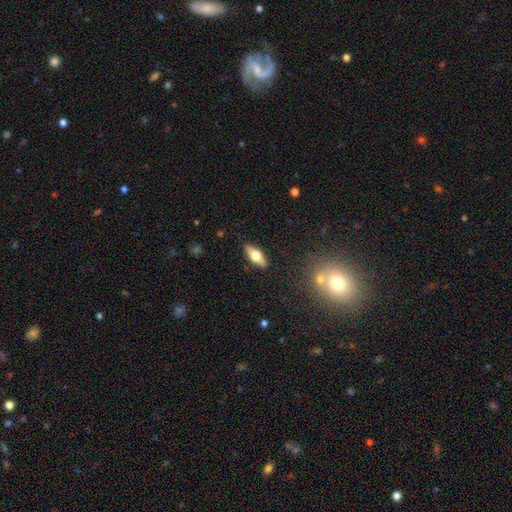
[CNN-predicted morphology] This appears to be a smooth galaxy with no disk features (55%) that is in between round and cigar-shaped (70%). Merging: none (88%).